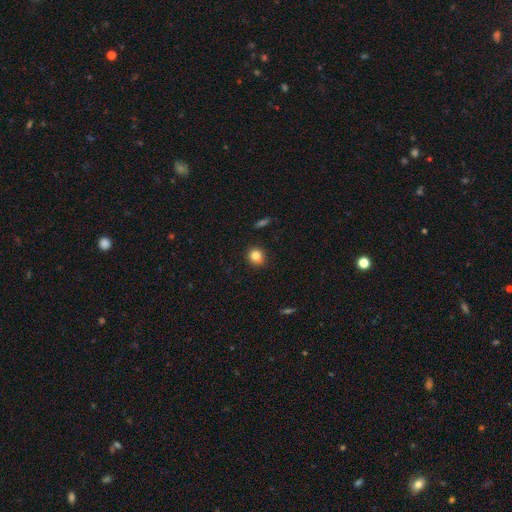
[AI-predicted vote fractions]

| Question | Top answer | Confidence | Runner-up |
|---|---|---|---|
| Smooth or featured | smooth | 83% | star or artifact (11%) |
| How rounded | round | 84% | in between (15%) |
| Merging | none | 91% | minor disturbance (7%) |